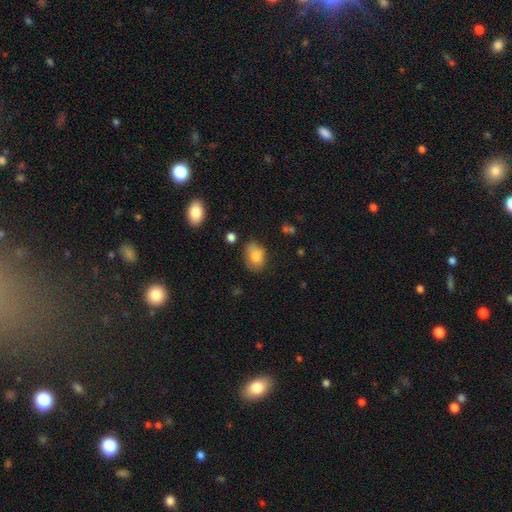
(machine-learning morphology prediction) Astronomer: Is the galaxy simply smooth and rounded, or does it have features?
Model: smooth — 82%.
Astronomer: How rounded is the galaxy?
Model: in between — 73%.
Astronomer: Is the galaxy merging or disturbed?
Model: none — 61%.